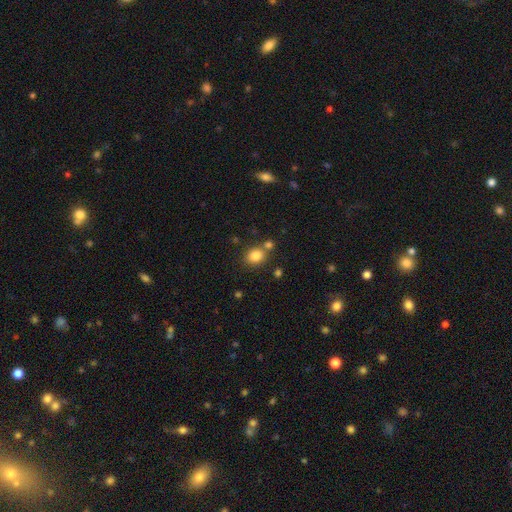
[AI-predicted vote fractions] Smooth or featured? smooth (83%)
How rounded? round (58%)
Merging? none (69%)